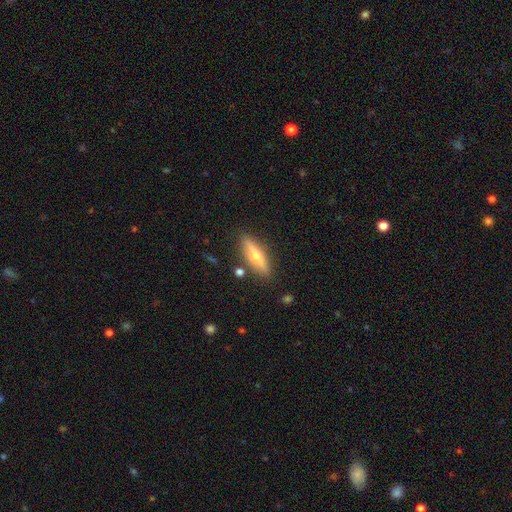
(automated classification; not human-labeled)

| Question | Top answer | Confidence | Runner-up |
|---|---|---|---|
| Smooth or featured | smooth | 47% | featured or disk (45%) |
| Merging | none | 86% | minor disturbance (9%) |